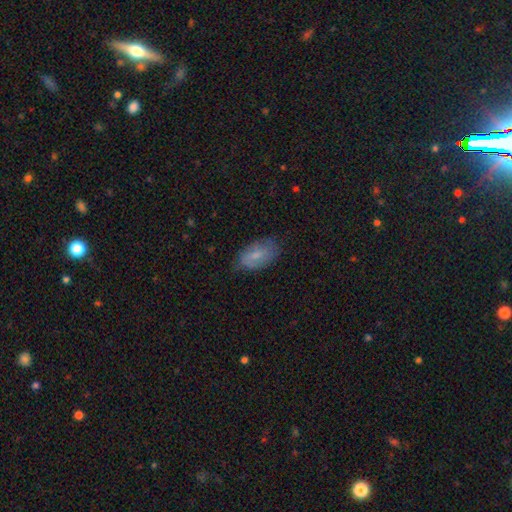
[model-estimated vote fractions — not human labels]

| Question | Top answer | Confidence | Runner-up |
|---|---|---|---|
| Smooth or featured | smooth | 67% | featured or disk (26%) |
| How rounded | in between | 92% | round (5%) |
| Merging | none | 67% | minor disturbance (25%) |